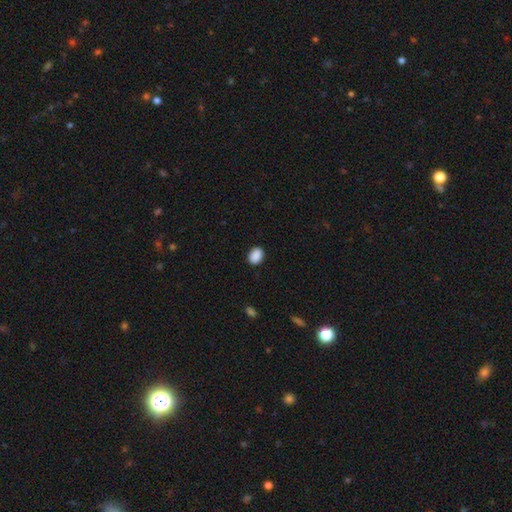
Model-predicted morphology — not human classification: smooth_or_featured: smooth (p=0.90) [alt: star or artifact p=0.07]
how_rounded: in between (p=0.73) [alt: round p=0.26]
merging: none (p=0.89) [alt: minor disturbance p=0.08]